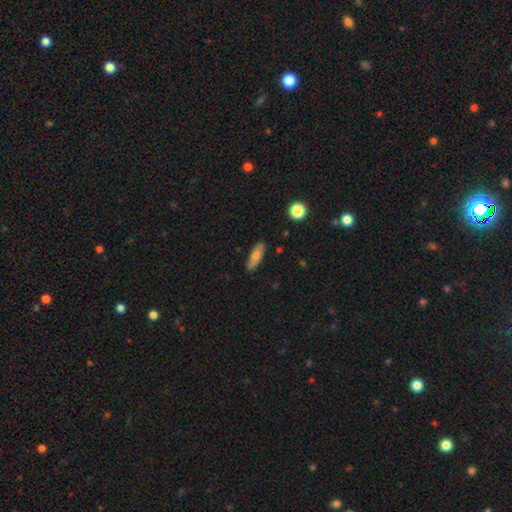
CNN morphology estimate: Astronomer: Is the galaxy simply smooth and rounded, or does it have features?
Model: smooth — 68%.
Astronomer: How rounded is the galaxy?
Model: in between — 63%.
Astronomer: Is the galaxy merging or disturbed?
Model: none — 85%.